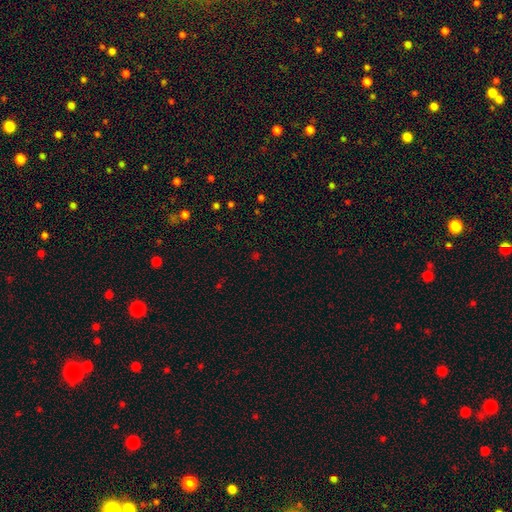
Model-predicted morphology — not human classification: A star or artifact, not a galaxy (58%).

Vote fractions:
- Smooth or featured? star or artifact: 58% / smooth: 35% / featured or disk: 7%